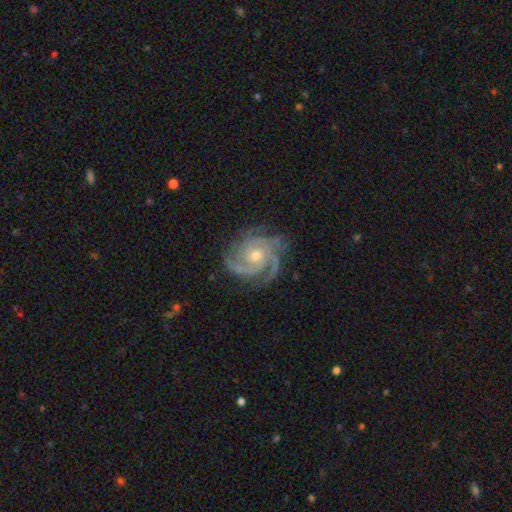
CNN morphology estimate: This appears to be a featured or disk galaxy (92%) with no bar (73%), 3 (44%) tight (66%) spiral arms (99%) and a moderate central bulge (52%). Merging: none (77%).